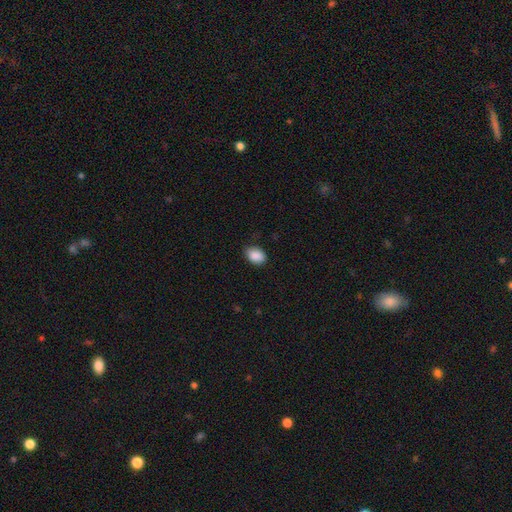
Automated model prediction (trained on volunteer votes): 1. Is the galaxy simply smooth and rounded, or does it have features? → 89% smooth, 7% star or artifact, 3% featured or disk.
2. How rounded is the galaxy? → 80% in between, 19% round, 1% cigar-shaped.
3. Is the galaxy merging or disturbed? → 81% none, 15% minor disturbance, 3% major disturbance, 1% merger.